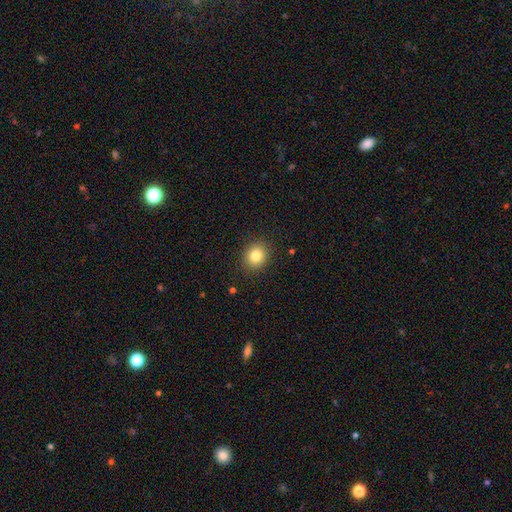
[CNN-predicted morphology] smooth 82%, star or artifact 11%, featured or disk 7%. Down the decision tree: how rounded — round (75%); merging — none (90%).